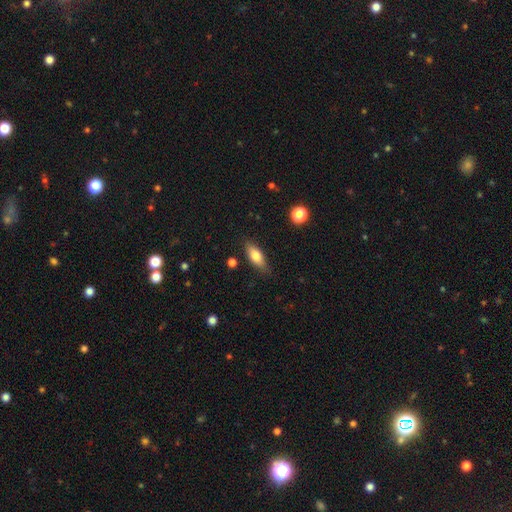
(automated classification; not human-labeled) The model was most divided on "how rounded": in between: 73%, cigar-shaped: 24%, round: 3%. More confident: merging — none (82%); smooth or featured — smooth (74%).